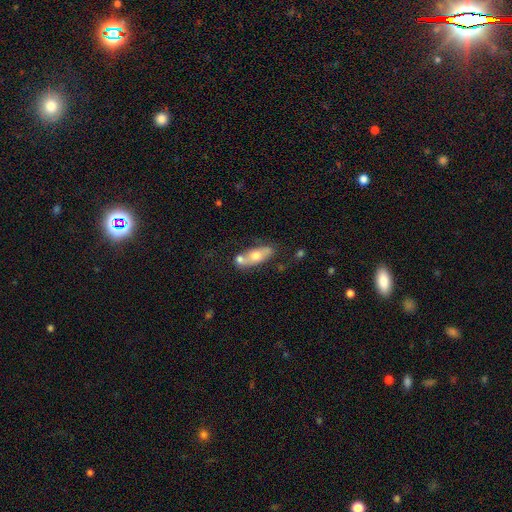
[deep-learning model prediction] Smooth or featured?
  - smooth: 52% *
  - featured or disk: 41%
  - star or artifact: 7%
How rounded?
  - in between: 71% *
  - cigar-shaped: 23%
  - round: 6%
Merging?
  - none: 49% *
  - merger: 30%
  - minor disturbance: 16%
  - major disturbance: 6%